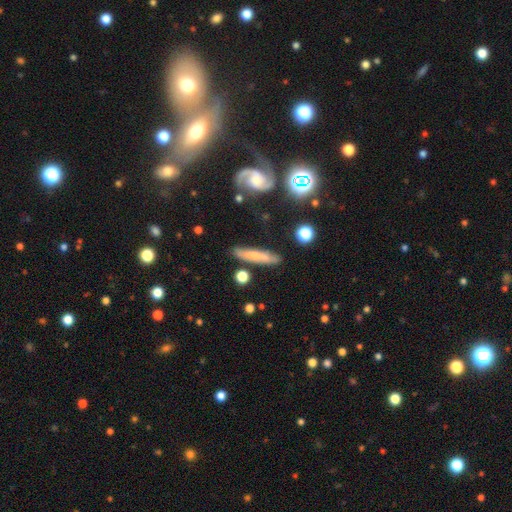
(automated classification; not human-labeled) smooth 55%, featured or disk 37%, star or artifact 8%. Down the decision tree: how rounded — cigar-shaped (88%); merging — none (81%).